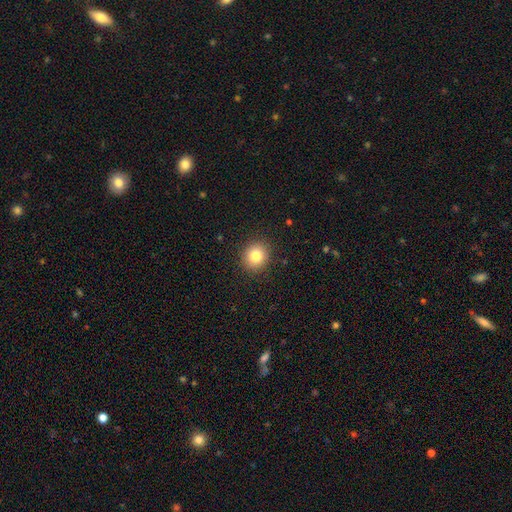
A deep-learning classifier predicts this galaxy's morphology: smooth-or-featured: smooth: 82% | star or artifact: 11% | featured or disk: 7%
  how-rounded: round: 83% | in between: 16% | cigar-shaped: 1%
  merging: none: 90% | minor disturbance: 7% | major disturbance: 2% | merger: 1%